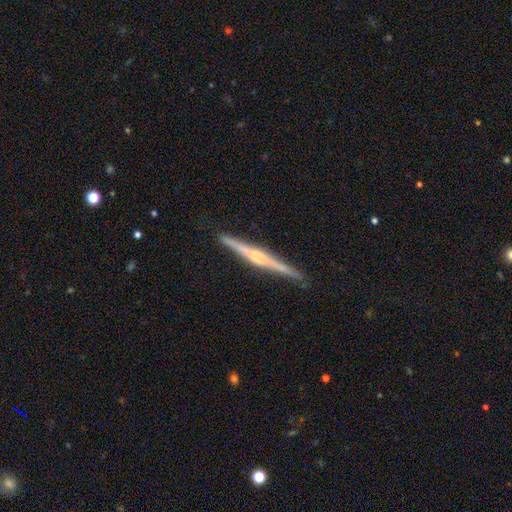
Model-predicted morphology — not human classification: featured or disk 80%, smooth 14%, star or artifact 5%. Down the decision tree: edge-on disk — yes (98%); edge-on bulge — rounded (59%); merging — none (89%).